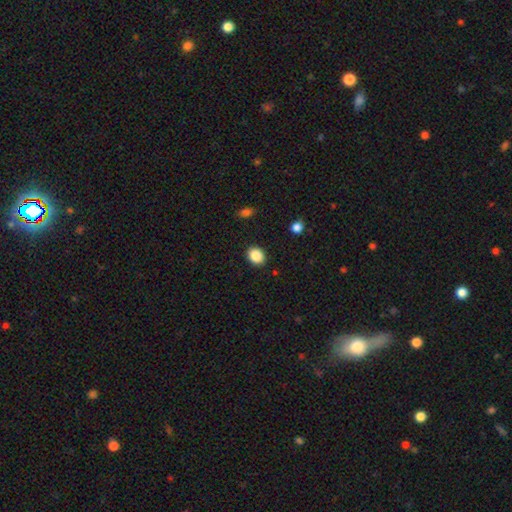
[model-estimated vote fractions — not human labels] Q: Smooth or featured?
A: smooth (87%); runner-up: star or artifact (9%)
Q: How rounded?
A: in between (52%); runner-up: round (47%)
Q: Merging?
A: none (90%); runner-up: minor disturbance (7%)